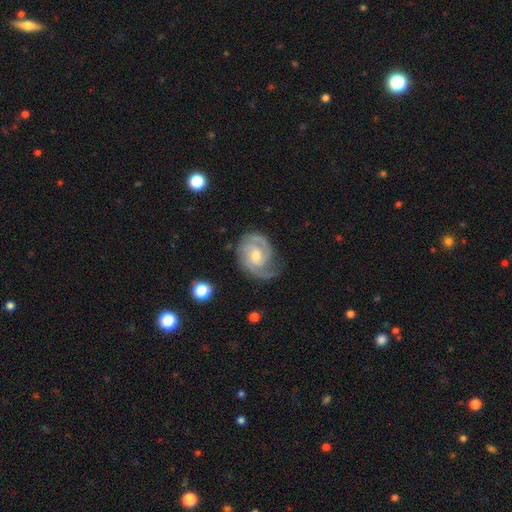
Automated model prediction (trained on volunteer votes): Smooth or featured? featured or disk (89%)
Edge-on disk? no (98%)
Bar? no (52%)
Spiral arms? yes (97%)
Spiral winding? tight (53%)
Spiral arm count? 2 (71%)
Bulge size? moderate (57%)
Merging? none (71%)